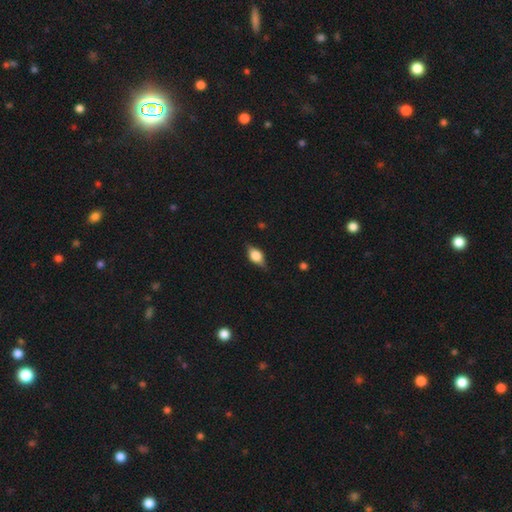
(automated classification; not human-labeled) A smooth galaxy with no disk features (54%) that is in between round and cigar-shaped (77%).

Vote fractions:
- Smooth or featured? smooth: 54% / featured or disk: 37% / star or artifact: 9%
- How rounded? in between: 77% / round: 13% / cigar-shaped: 10%
- Merging? none: 78% / minor disturbance: 17% / major disturbance: 4% / merger: 1%